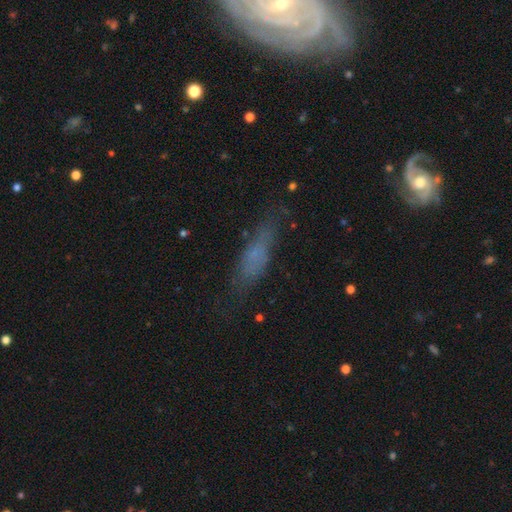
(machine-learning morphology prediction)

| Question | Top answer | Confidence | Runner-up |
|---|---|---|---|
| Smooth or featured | smooth | 57% | featured or disk (29%) |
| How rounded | cigar-shaped | 59% | in between (38%) |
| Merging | none | 60% | minor disturbance (24%) |